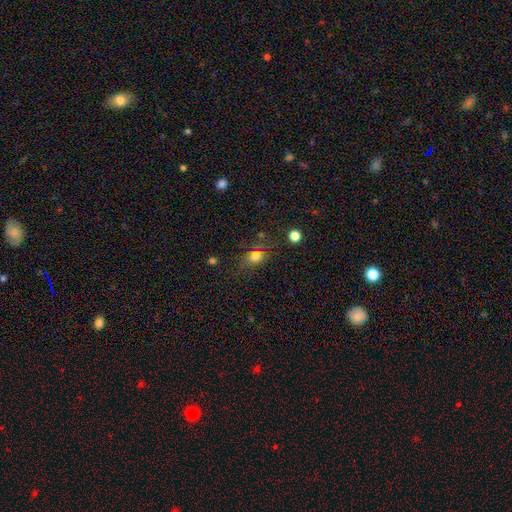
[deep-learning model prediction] The model was most divided on "how rounded": in between: 65%, round: 32%, cigar-shaped: 3%. More confident: smooth or featured — smooth (74%); merging — none (66%).